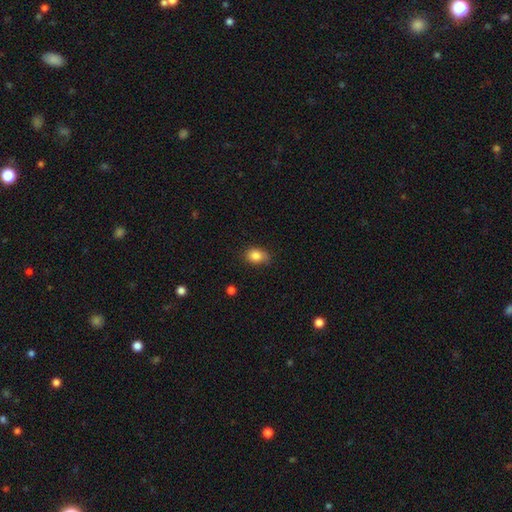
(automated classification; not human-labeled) Morphology: type=smooth (84%); roundness=in between (65%); merging=none (67%).